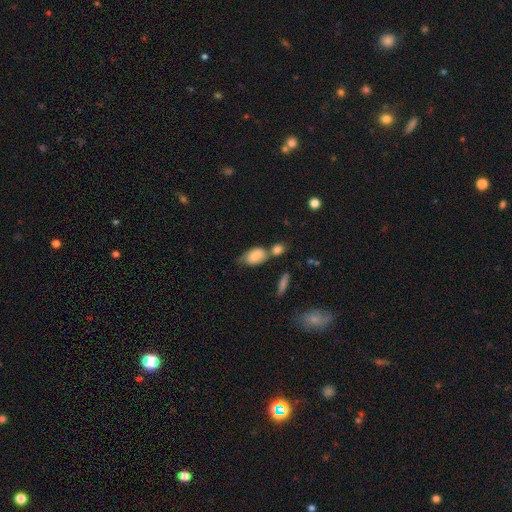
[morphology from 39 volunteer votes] Smooth or featured: smooth — 82% (featured or disk — 13%)
How rounded: in between — 72% (round — 25%)
Merging: merger — 49% (none — 35%)